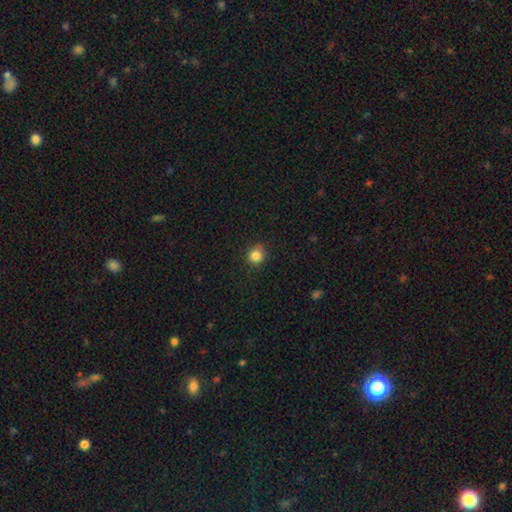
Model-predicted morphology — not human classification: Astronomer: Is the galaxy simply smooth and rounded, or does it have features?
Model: smooth — 84%.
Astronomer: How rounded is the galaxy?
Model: round — 87%.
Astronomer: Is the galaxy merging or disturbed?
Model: none — 83%.